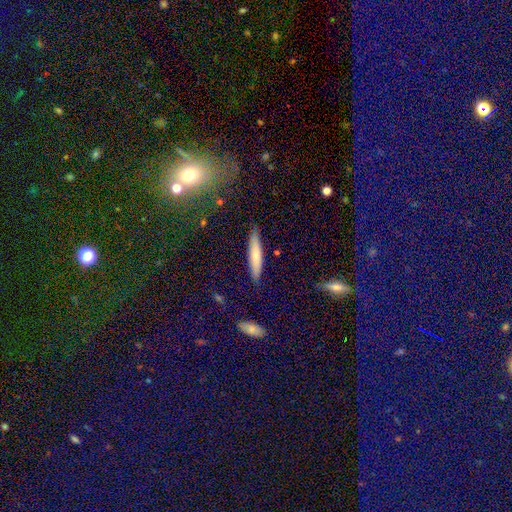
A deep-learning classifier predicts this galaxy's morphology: Smooth or featured? Predicted: smooth (p=0.70). How rounded? Predicted: cigar-shaped (p=0.89). Merging? Predicted: none (p=0.86).